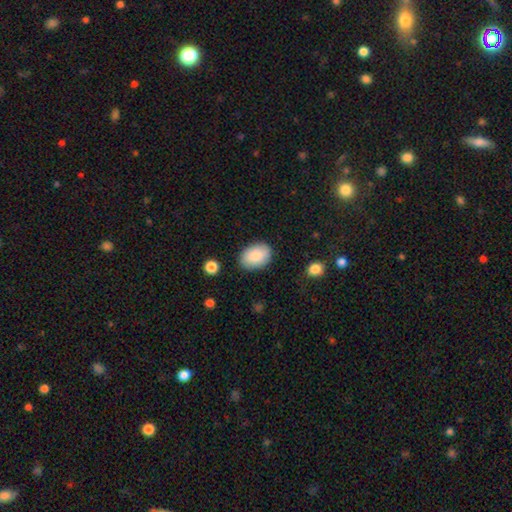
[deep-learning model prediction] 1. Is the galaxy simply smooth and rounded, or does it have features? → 88% smooth, 6% star or artifact, 6% featured or disk.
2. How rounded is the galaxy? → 82% in between, 17% round, 1% cigar-shaped.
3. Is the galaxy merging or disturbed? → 85% none, 11% minor disturbance, 3% major disturbance, 2% merger.